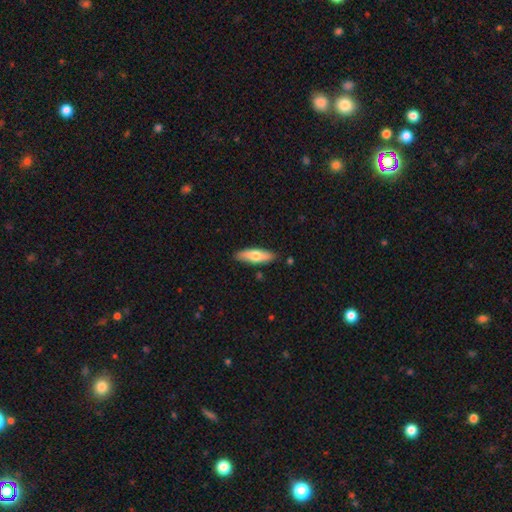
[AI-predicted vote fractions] Morphology: type=smooth (64%); roundness=cigar-shaped (49%, tied with in between); merging=none (87%).